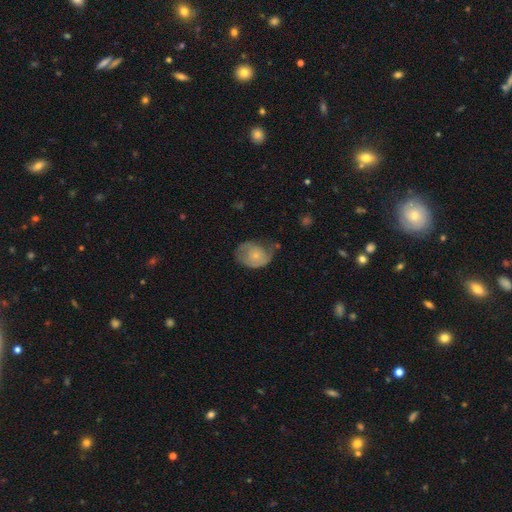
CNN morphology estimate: smooth_or_featured: featured or disk (p=0.49) [alt: smooth p=0.44]
merging: none (p=0.42) [alt: minor disturbance p=0.34]